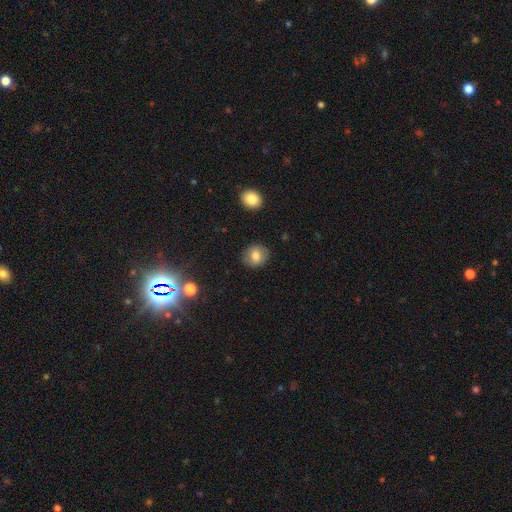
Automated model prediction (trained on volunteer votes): A smooth galaxy with no disk features (77%) that is round (73%).

Vote fractions:
- Smooth or featured? smooth: 77% / featured or disk: 13% / star or artifact: 10%
- How rounded? round: 73% / in between: 26% / cigar-shaped: 1%
- Merging? none: 87% / minor disturbance: 9% / major disturbance: 2% / merger: 1%